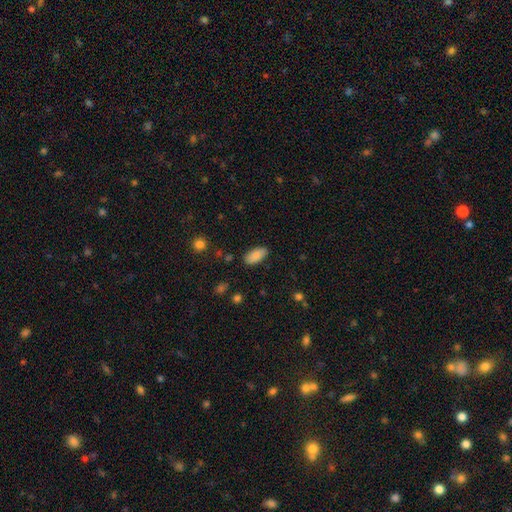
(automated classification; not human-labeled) Smooth or featured? smooth (87%)
How rounded? in between (92%)
Merging? none (86%)